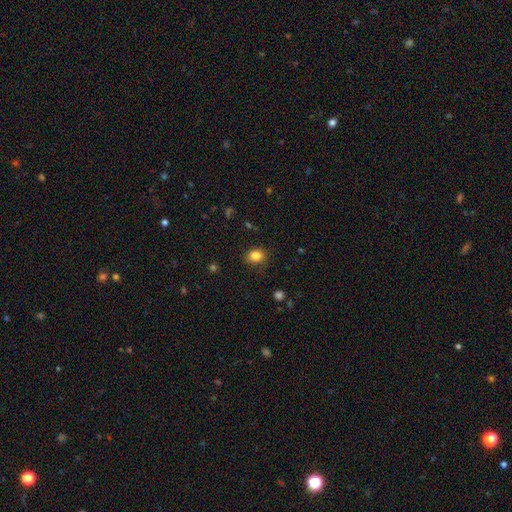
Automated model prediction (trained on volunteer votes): Morphology: type=smooth (83%); roundness=round (57%); merging=none (85%).